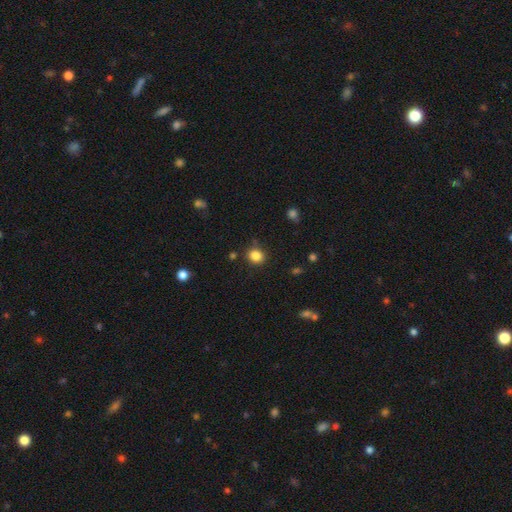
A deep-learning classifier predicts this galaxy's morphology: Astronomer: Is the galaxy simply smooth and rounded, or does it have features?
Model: smooth — 84%.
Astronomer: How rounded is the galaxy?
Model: round — 76%.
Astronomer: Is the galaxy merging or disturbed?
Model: none — 83%.